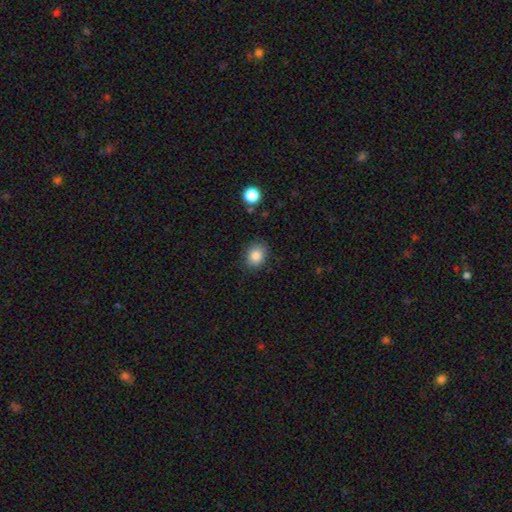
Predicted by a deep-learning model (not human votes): smooth 85%, star or artifact 10%, featured or disk 5%. Down the decision tree: how rounded — round (60%); merging — none (83%).